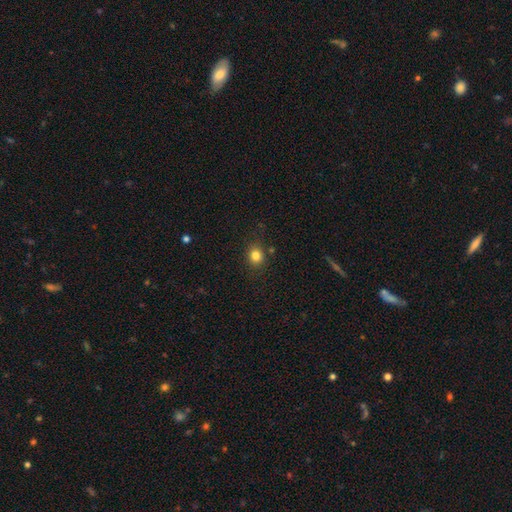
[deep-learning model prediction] Smooth or featured?
  - smooth: 82% *
  - star or artifact: 12%
  - featured or disk: 6%
How rounded?
  - round: 78% *
  - in between: 22%
  - cigar-shaped: 1%
Merging?
  - none: 84% *
  - minor disturbance: 10%
  - major disturbance: 3%
  - merger: 3%